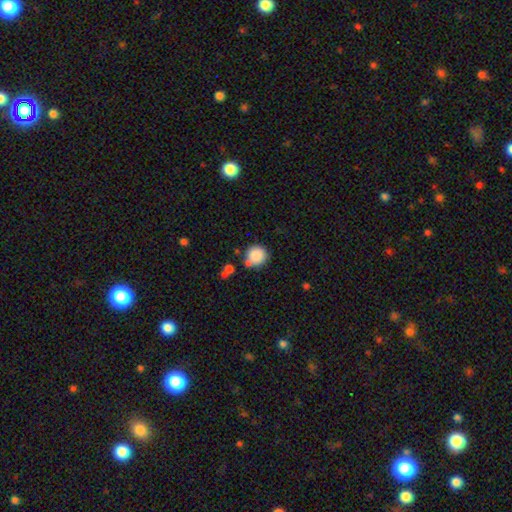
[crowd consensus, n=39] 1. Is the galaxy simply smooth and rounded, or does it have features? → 87% smooth, 8% star or artifact, 5% featured or disk.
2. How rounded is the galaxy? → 94% round, 6% in between, 0% cigar-shaped.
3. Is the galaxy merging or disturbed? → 78% none, 8% minor disturbance, 8% merger, 6% major disturbance.